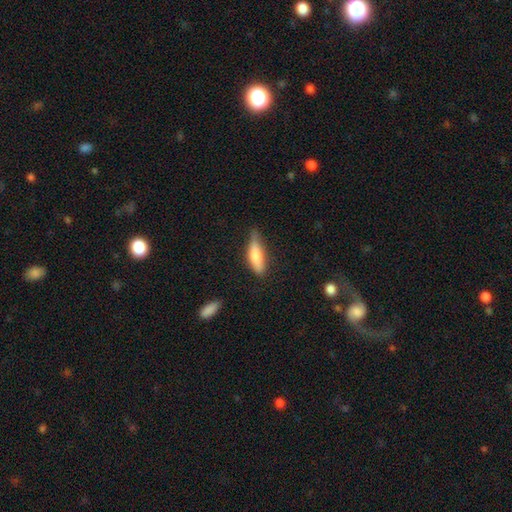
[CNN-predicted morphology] smooth 70%, featured or disk 24%, star or artifact 6%. Down the decision tree: how rounded — cigar-shaped (59%); merging — none (61%).